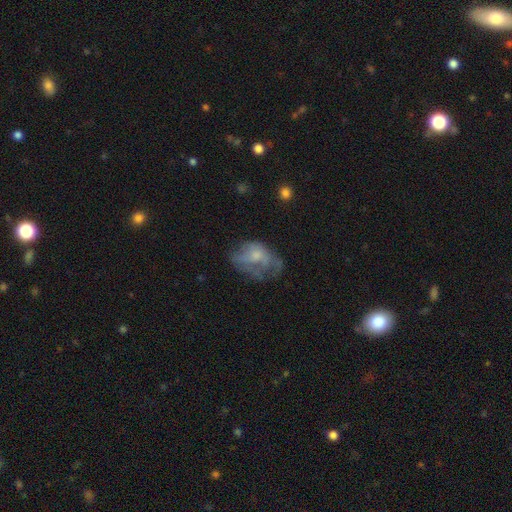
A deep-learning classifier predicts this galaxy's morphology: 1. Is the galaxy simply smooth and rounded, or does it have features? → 46% featured or disk, 43% smooth, 11% star or artifact.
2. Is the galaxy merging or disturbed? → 40% major disturbance, 32% none, 25% minor disturbance, 3% merger.